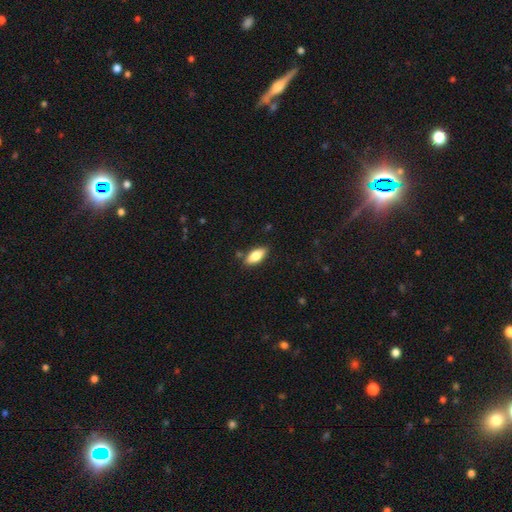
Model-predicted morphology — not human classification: A smooth galaxy with no disk features (76%) that is in between round and cigar-shaped (80%). Merging: none (83%).